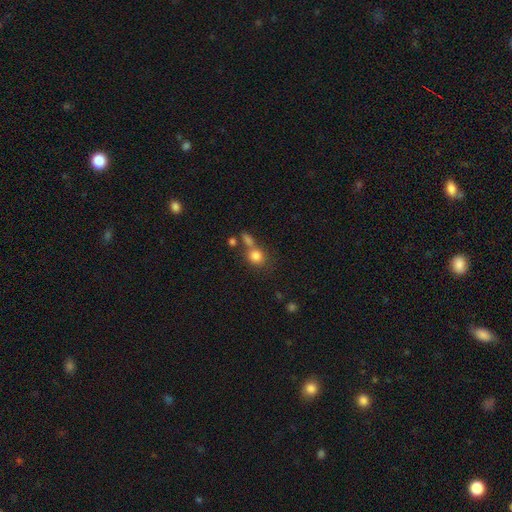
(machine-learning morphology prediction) smooth-or-featured: smooth: 81% | star or artifact: 11% | featured or disk: 8%
  how-rounded: round: 76% | in between: 23% | cigar-shaped: 1%
  merging: none: 49% | merger: 33% | minor disturbance: 12% | major disturbance: 7%